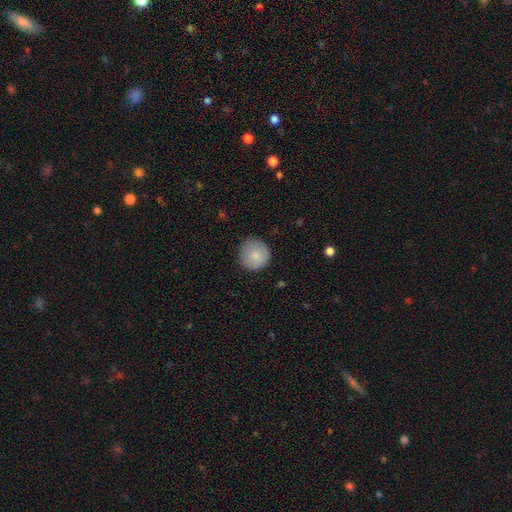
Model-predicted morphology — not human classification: A smooth galaxy with no disk features (84%) that is round (93%). Merging: none (86%).